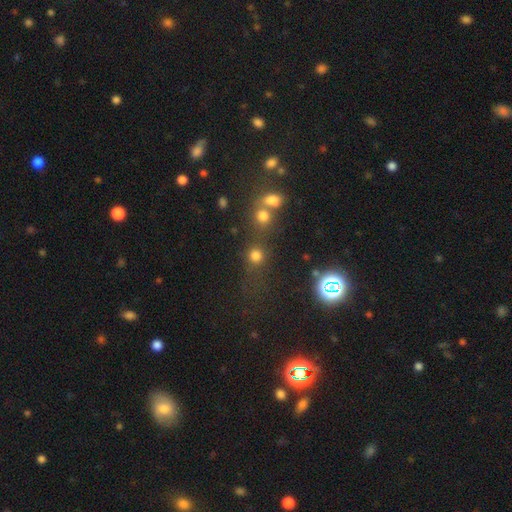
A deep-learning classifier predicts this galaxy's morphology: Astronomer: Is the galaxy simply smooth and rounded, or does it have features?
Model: smooth — 75%.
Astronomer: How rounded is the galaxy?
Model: round — 87%.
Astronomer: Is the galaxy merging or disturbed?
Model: none — 61%.